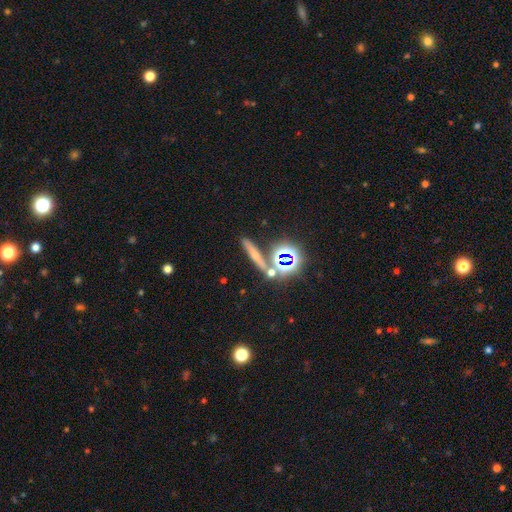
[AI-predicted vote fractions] smooth-or-featured: smooth: 44% | star or artifact: 29% | featured or disk: 27%
  merging: none: 77% | merger: 11% | minor disturbance: 9% | major disturbance: 4%